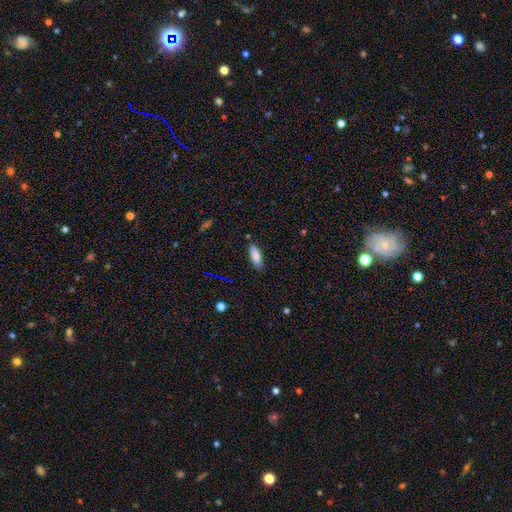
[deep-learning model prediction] smooth_or_featured: smooth (p=0.84) [alt: featured or disk p=0.08]
how_rounded: in between (p=0.64) [alt: cigar-shaped p=0.34]
merging: none (p=0.83) [alt: minor disturbance p=0.13]